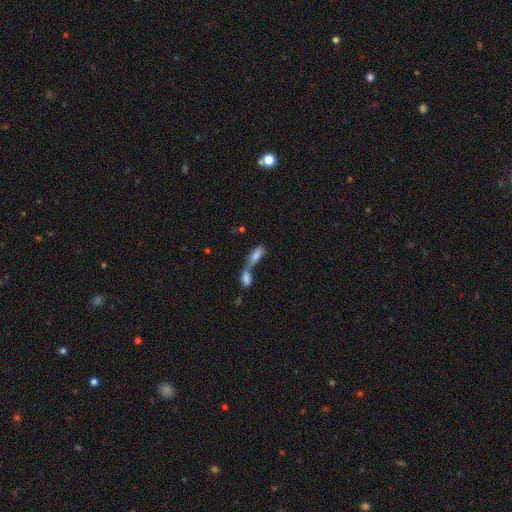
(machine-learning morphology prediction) Smooth or featured? Predicted: smooth (p=0.74). How rounded? Predicted: in between (p=0.76). Merging? Predicted: merger (p=0.77).